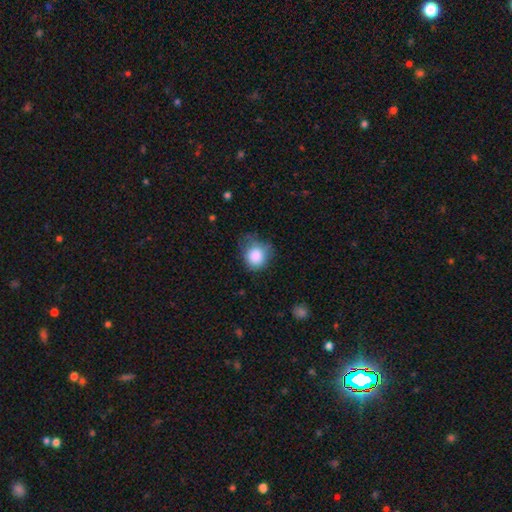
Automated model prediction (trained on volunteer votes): Overall: smooth (85%). How rounded: round (77%). Merging: none (49%; minor disturbance 35%).